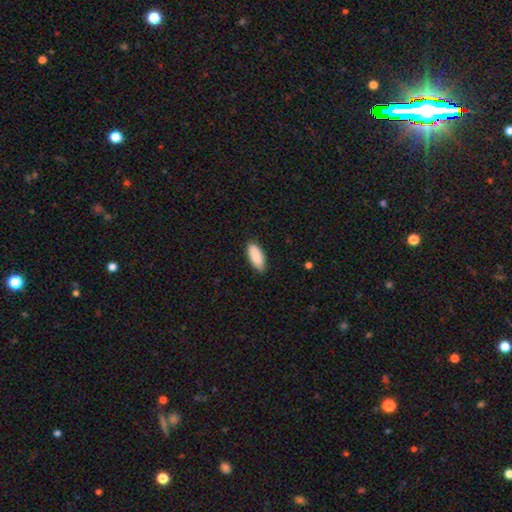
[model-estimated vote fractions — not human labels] Q: Smooth or featured?
A: smooth (89%); runner-up: star or artifact (6%)
Q: How rounded?
A: in between (84%); runner-up: cigar-shaped (14%)
Q: Merging?
A: none (86%); runner-up: minor disturbance (11%)